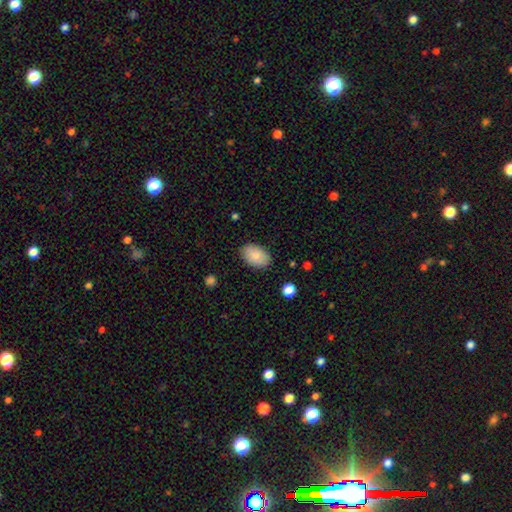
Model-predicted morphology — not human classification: A smooth galaxy with no disk features (84%) that is in between round and cigar-shaped (89%). Merging: none (86%).